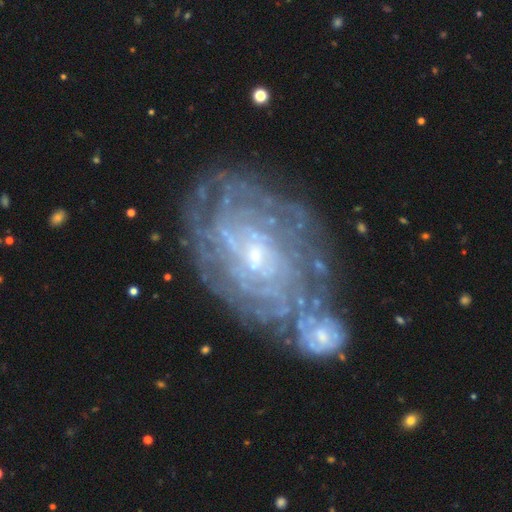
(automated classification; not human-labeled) Morphology: type=featured or disk (84%); edge-on=no (96%); bar=no (54%); spiral arms=yes (89%); winding=tight (78%); arm count=can't tell (48%); bulge=small (66%); merging=none (48%).